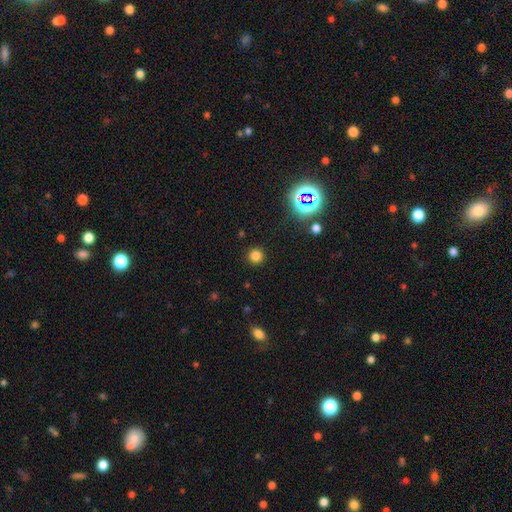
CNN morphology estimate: A smooth galaxy with no disk features (78%) that is round (95%). Merging: none (91%).